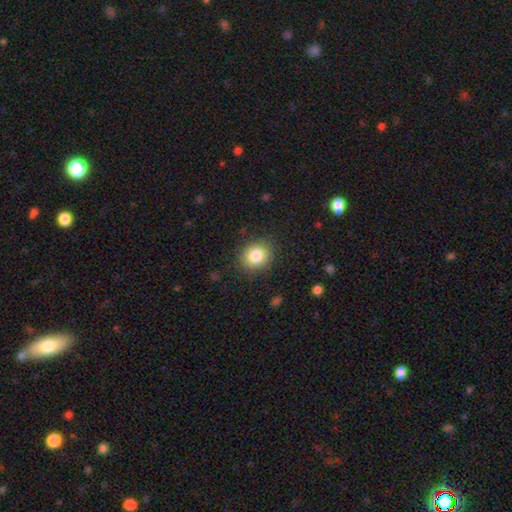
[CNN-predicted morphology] Smooth or featured? Predicted: smooth (p=0.84). How rounded? Predicted: round (p=0.71). Merging? Predicted: none (p=0.86).